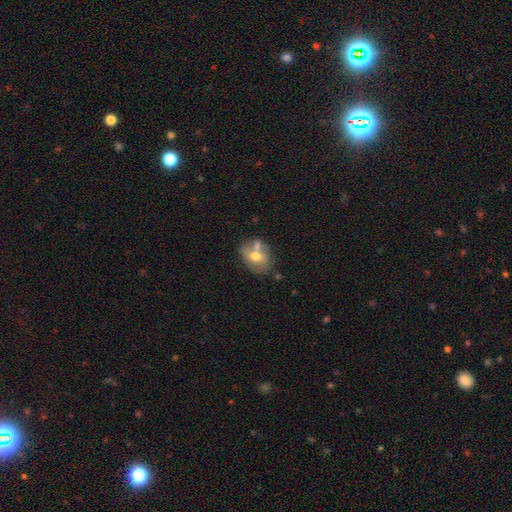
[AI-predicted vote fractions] smooth_or_featured: smooth (p=0.55) [alt: featured or disk p=0.36]
how_rounded: in between (p=0.64) [alt: round p=0.34]
merging: none (p=0.50) [alt: merger p=0.27]